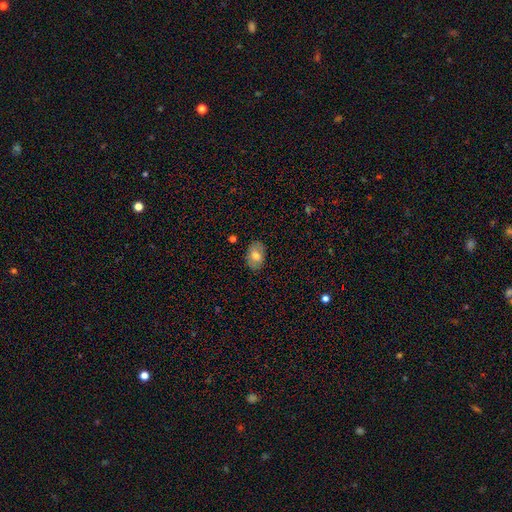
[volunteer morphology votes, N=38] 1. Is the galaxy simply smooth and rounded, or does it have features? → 68% smooth, 21% featured or disk, 11% star or artifact.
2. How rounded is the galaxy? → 69% in between, 27% round, 4% cigar-shaped.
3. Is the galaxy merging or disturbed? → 79% none, 15% minor disturbance, 3% major disturbance, 3% merger.